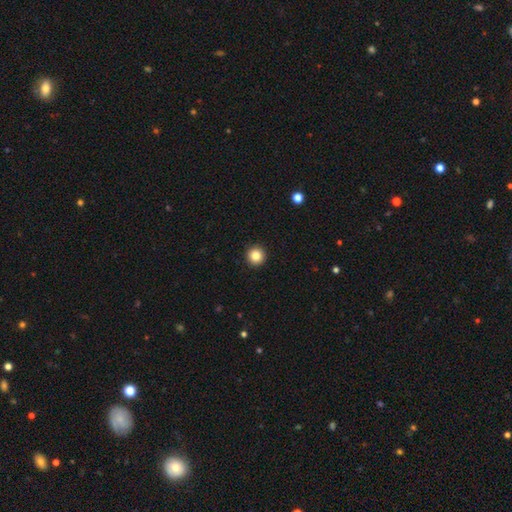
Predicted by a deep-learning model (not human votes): Smooth or featured? Predicted: smooth (p=0.84). How rounded? Predicted: round (p=0.96). Merging? Predicted: none (p=0.93).